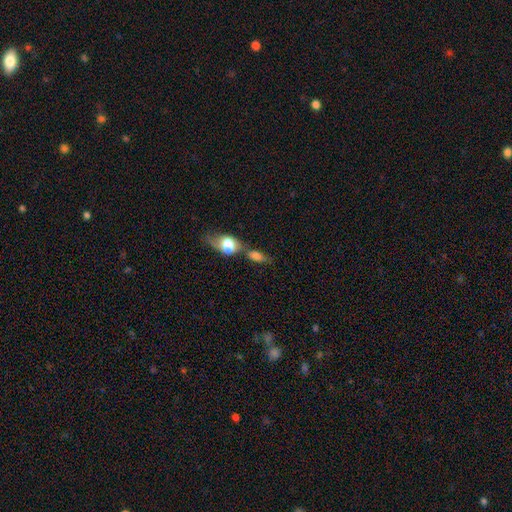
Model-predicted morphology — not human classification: This is likely a smooth galaxy (61%). How rounded: likely in between (64%). Merging: marginally merger (43%).